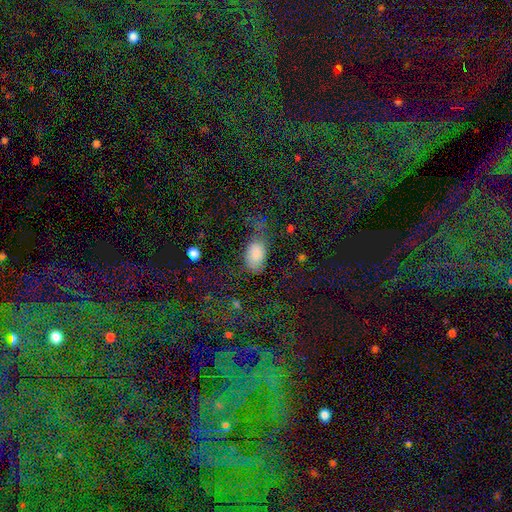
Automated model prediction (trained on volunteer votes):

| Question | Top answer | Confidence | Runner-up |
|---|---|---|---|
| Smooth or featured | smooth | 77% | featured or disk (12%) |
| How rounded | in between | 89% | round (9%) |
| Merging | none | 40% | minor disturbance (31%) |